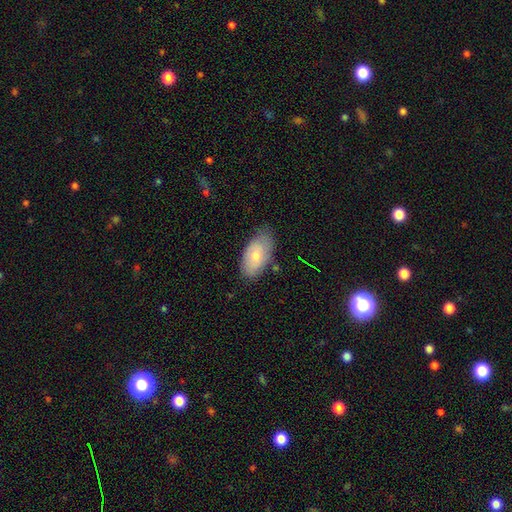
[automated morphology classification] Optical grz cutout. It shows a smooth galaxy with no disk features (66%) that is in between round and cigar-shaped (94%). Merging: none (69%).